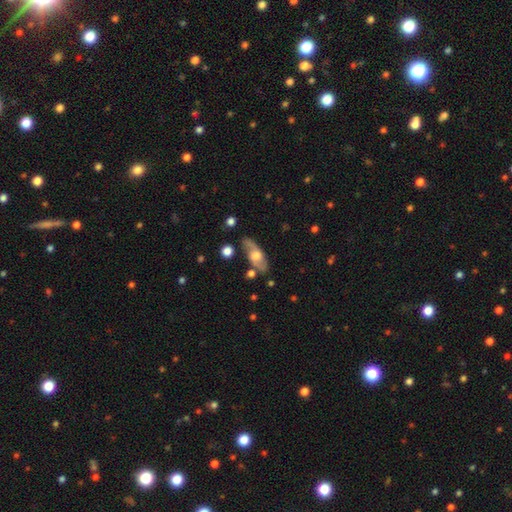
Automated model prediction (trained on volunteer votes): Smooth or featured?
  - featured or disk: 63% *
  - smooth: 31%
  - star or artifact: 6%
Edge-on disk?
  - no: 75% *
  - yes: 25%
Merging?
  - none: 75% *
  - minor disturbance: 16%
  - major disturbance: 5%
  - merger: 4%